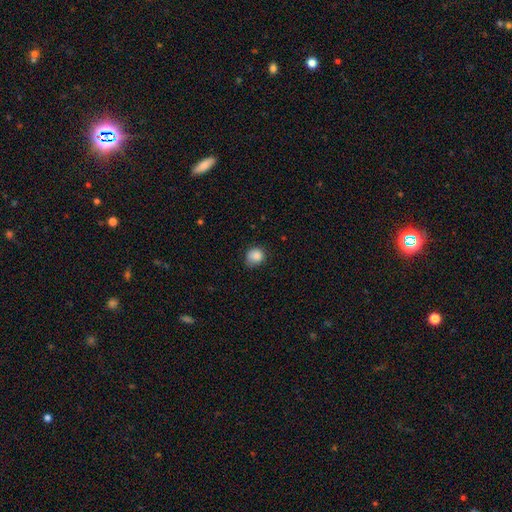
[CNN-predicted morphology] This appears to be a smooth galaxy with no disk features (87%) that is round (76%). Merging: none (64%).